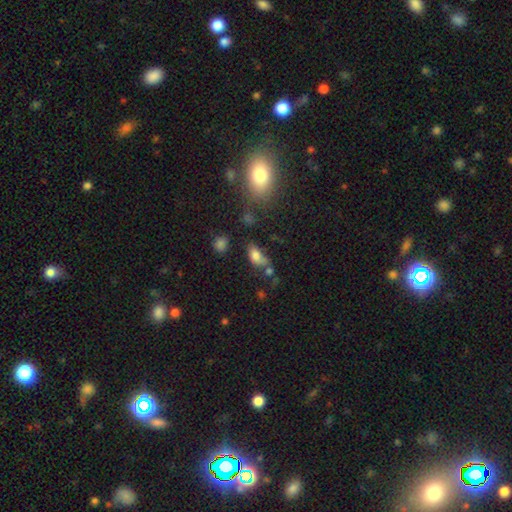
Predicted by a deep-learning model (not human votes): The model was most divided on "merging": none: 44%, minor disturbance: 24%, merger: 21%, major disturbance: 12%. More confident: how rounded — in between (86%); smooth or featured — smooth (74%).